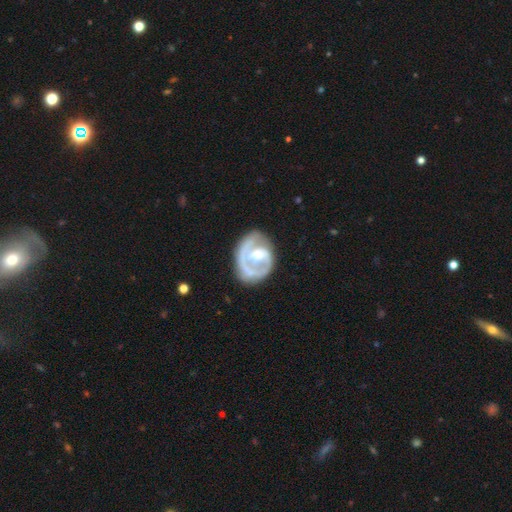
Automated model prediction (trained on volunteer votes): Morphology: type=featured or disk (71%); edge-on=no (97%); bar=no (55%); spiral arms=yes (65%); bulge=small (46%); merging=none (49%).